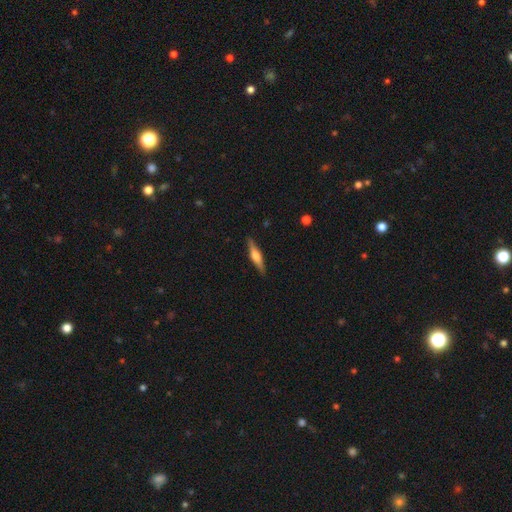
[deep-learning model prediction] Q: Smooth or featured?
A: featured or disk (55%); runner-up: smooth (39%)
Q: Edge-on disk?
A: yes (96%); runner-up: no (4%)
Q: Edge-on bulge?
A: rounded (79%); runner-up: boxy (16%)
Q: Merging?
A: none (89%); runner-up: minor disturbance (8%)